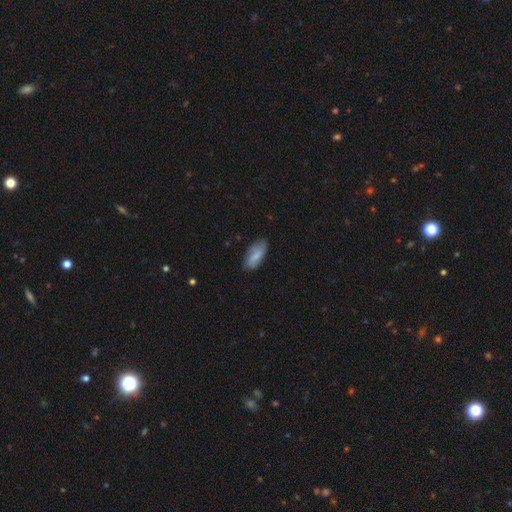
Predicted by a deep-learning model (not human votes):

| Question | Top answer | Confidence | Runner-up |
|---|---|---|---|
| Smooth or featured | smooth | 74% | featured or disk (20%) |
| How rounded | in between | 88% | cigar-shaped (10%) |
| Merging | none | 78% | minor disturbance (17%) |